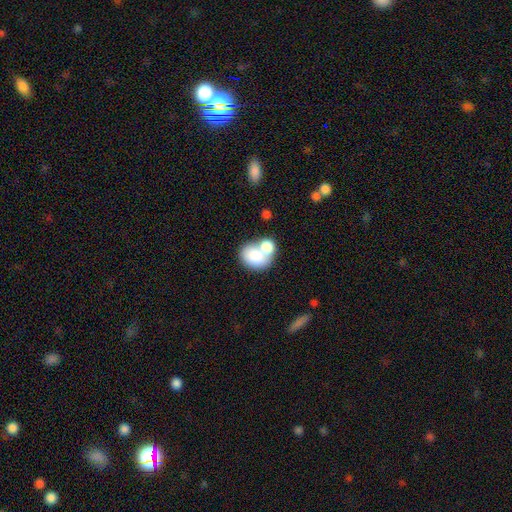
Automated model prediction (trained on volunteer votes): smooth-or-featured: smooth: 77% | featured or disk: 14% | star or artifact: 8%
  how-rounded: in between: 59% | round: 40% | cigar-shaped: 1%
  merging: merger: 60% | none: 26% | minor disturbance: 9% | major disturbance: 5%